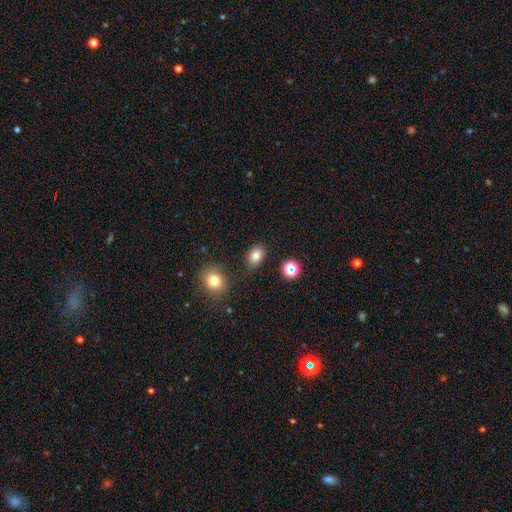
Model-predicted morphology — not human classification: A smooth galaxy with no disk features (80%) that is in between round and cigar-shaped (71%).

Vote fractions:
- Smooth or featured? smooth: 80% / star or artifact: 13% / featured or disk: 7%
- How rounded? in between: 71% / round: 28% / cigar-shaped: 1%
- Merging? none: 78% / minor disturbance: 14% / merger: 4% / major disturbance: 4%